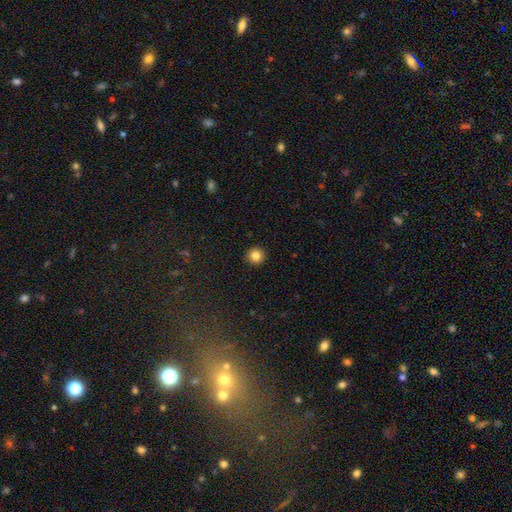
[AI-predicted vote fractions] Smooth or featured: smooth — 83% (star or artifact — 11%)
How rounded: round — 95% (in between — 4%)
Merging: none — 93% (minor disturbance — 4%)